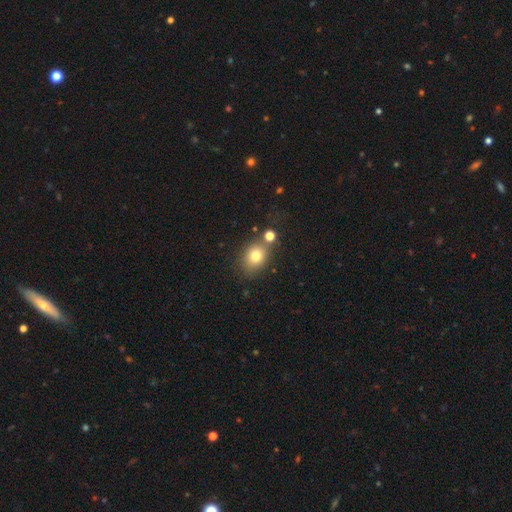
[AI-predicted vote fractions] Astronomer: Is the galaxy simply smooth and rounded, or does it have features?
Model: smooth — 77%.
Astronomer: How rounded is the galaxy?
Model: round — 55% (runner-up: in between, 44%).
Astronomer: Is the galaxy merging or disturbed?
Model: none — 68%.